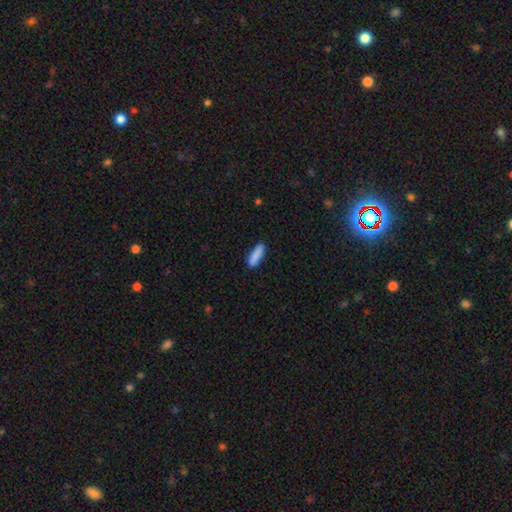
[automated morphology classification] Smooth or featured?
  - smooth: 88% *
  - star or artifact: 6%
  - featured or disk: 5%
How rounded?
  - cigar-shaped: 62% *
  - in between: 37%
  - round: 2%
Merging?
  - none: 86% *
  - minor disturbance: 11%
  - major disturbance: 2%
  - merger: 1%